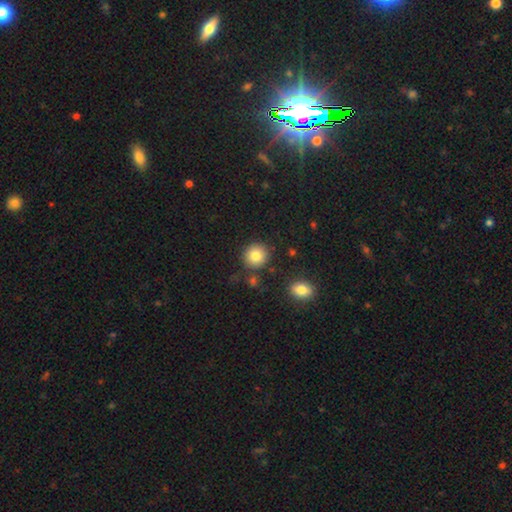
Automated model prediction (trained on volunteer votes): Smooth or featured? Predicted: smooth (p=0.82). How rounded? Predicted: round (p=0.91). Merging? Predicted: none (p=0.84).